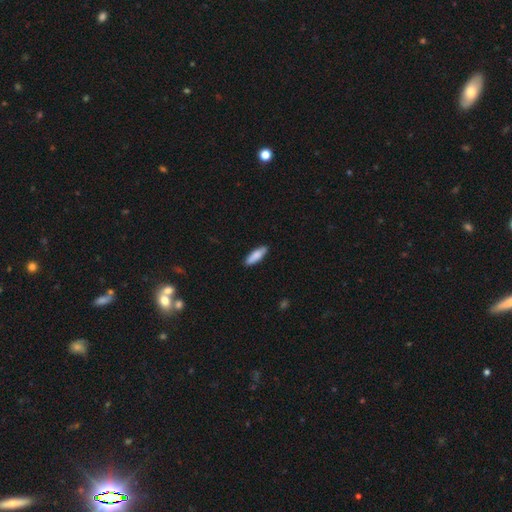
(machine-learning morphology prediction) This appears to be a smooth galaxy with no disk features (85%) that is cigar-shaped (55%). Merging: none (88%).